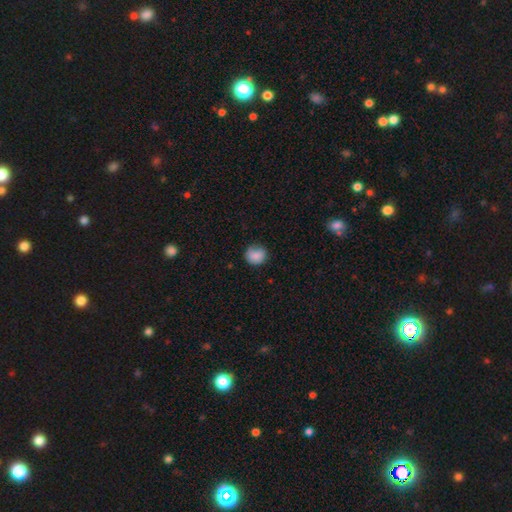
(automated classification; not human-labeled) A smooth galaxy with no disk features (86%) that is round (84%).

Vote fractions:
- Smooth or featured? smooth: 86% / star or artifact: 8% / featured or disk: 6%
- How rounded? round: 84% / in between: 15% / cigar-shaped: 1%
- Merging? none: 76% / minor disturbance: 19% / major disturbance: 4% / merger: 1%